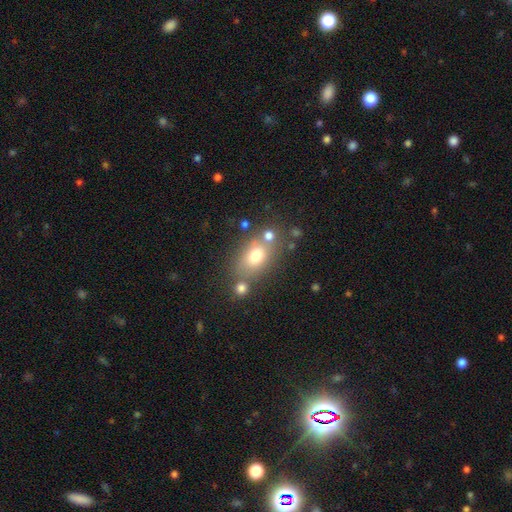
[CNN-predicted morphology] Overall: smooth (71%). How rounded: in between (71%). Merging: none (60%).